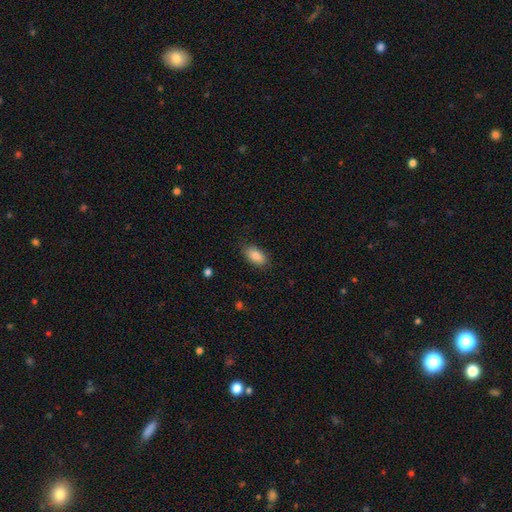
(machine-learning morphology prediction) smooth-or-featured: smooth: 86% | featured or disk: 7% | star or artifact: 7%
  how-rounded: in between: 92% | cigar-shaped: 4% | round: 4%
  merging: none: 83% | minor disturbance: 13% | major disturbance: 3% | merger: 1%